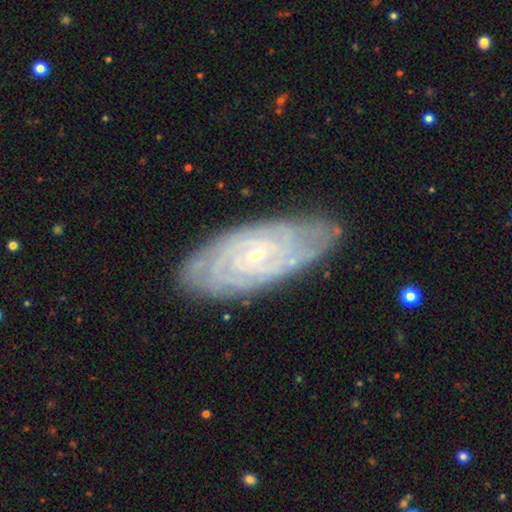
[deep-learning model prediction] featured or disk 86%, smooth 8%, star or artifact 6%. Down the decision tree: edge-on disk — no (92%); bar — no (53%); spiral arms — yes (97%); spiral arm count — can't tell (34%); spiral winding — tight (81%); bulge size — small (81%); merging — none (78%).